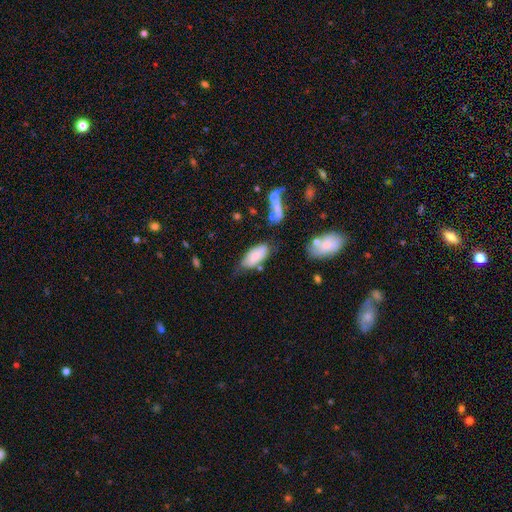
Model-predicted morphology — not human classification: The model was most divided on "merging": none: 52%, minor disturbance: 28%, merger: 10%, major disturbance: 10%. More confident: how rounded — in between (88%); smooth or featured — smooth (72%).